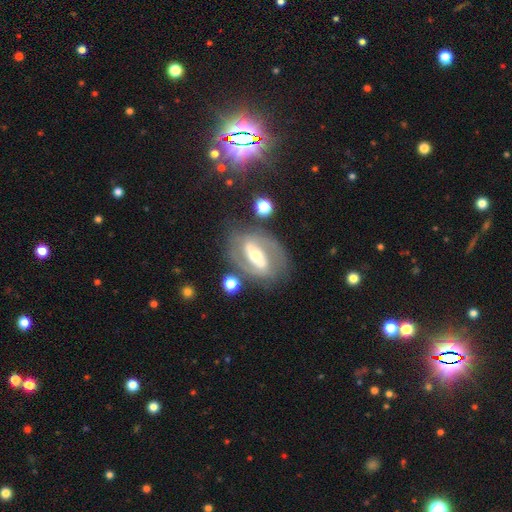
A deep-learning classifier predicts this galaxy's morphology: Overall: featured or disk (81%). Edge-on disk: no (94%). Bar: strong (60%; weak 25%). Spiral arms: yes (81%). Spiral arm count: 2 (85%). Spiral winding: medium (46%; tight 36%). Bulge size: moderate (59%; small 29%). Merging: none (72%).